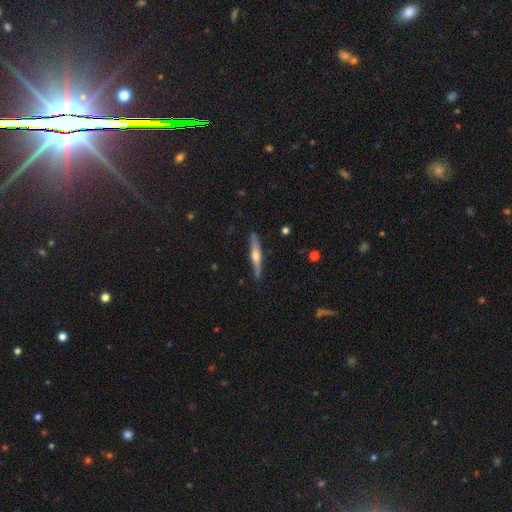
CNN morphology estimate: type=featured or disk (68%); edge-on=yes (97%); edge-on bulge=rounded (89%); merging=none (88%).